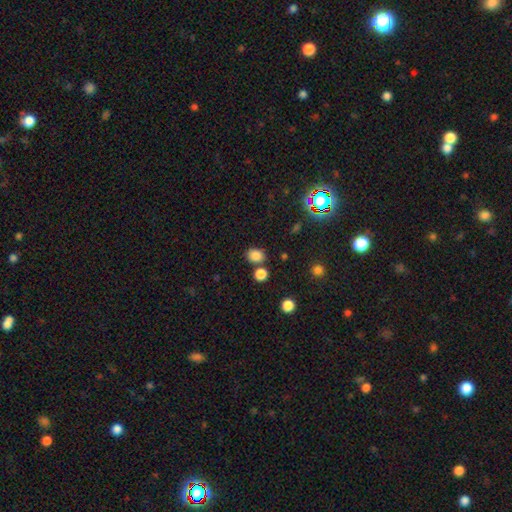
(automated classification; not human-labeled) Smooth or featured? smooth (83%)
How rounded? in between (50%)
Merging? none (72%)